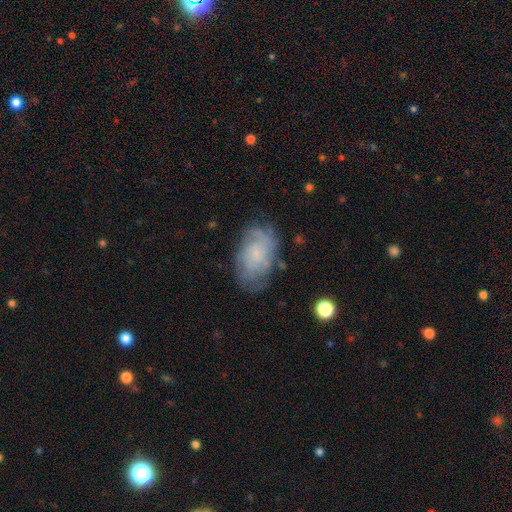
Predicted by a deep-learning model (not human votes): This appears to be a featured or disk galaxy (56%) with no bar (78%), spiral arms (77%) and a small central bulge (54%). Merging: none (63%).